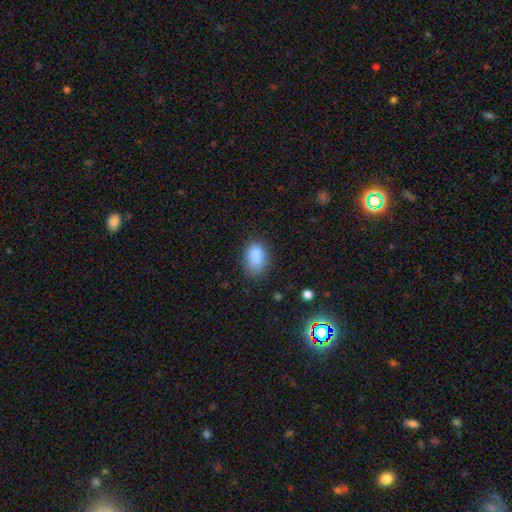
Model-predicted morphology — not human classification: Q: Smooth or featured?
A: smooth (86%); runner-up: star or artifact (9%)
Q: How rounded?
A: in between (83%); runner-up: round (16%)
Q: Merging?
A: none (71%); runner-up: minor disturbance (21%)